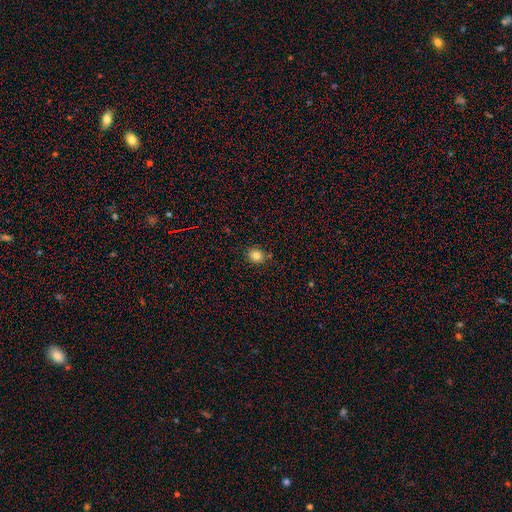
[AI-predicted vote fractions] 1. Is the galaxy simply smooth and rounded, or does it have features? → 82% smooth, 11% star or artifact, 6% featured or disk.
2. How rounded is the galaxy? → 75% round, 24% in between, 1% cigar-shaped.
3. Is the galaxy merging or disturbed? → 84% none, 10% minor disturbance, 3% merger, 2% major disturbance.